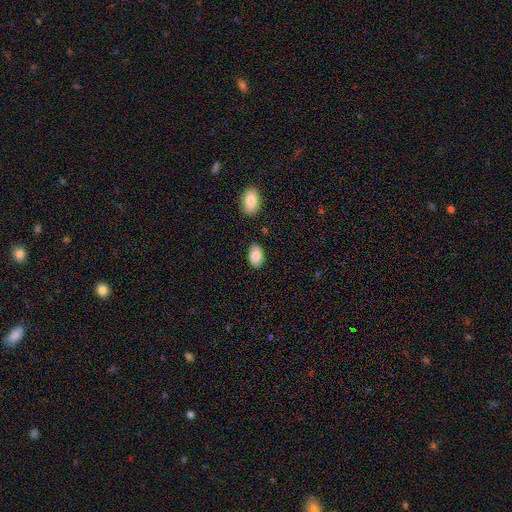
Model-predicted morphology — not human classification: The model was most divided on "merging": none: 82%, minor disturbance: 12%, merger: 3%, major disturbance: 2%. More confident: how rounded — in between (94%); smooth or featured — smooth (86%).